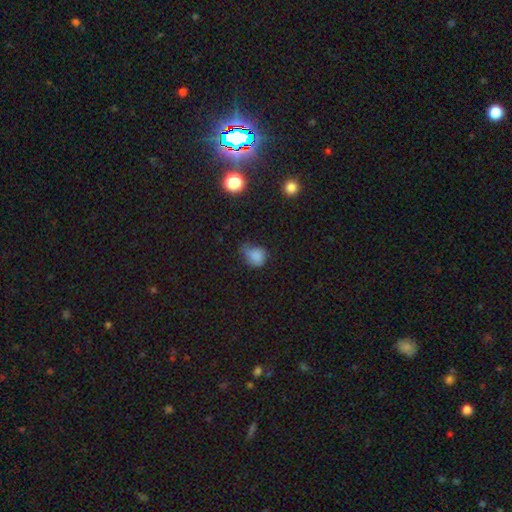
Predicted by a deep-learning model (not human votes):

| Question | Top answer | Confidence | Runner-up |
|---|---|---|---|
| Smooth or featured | smooth | 80% | star or artifact (13%) |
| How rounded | round | 58% | in between (41%) |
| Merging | minor disturbance | 43% | none (36%) |